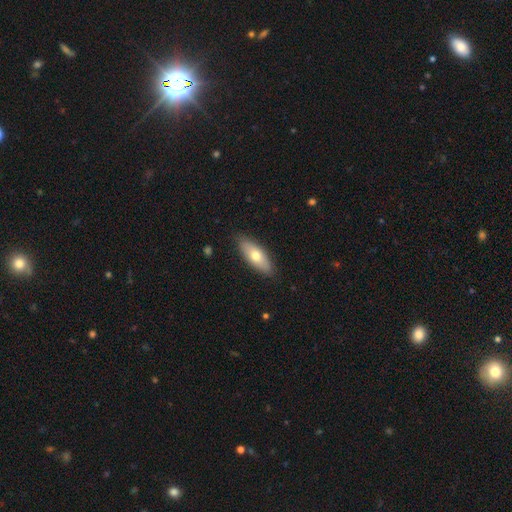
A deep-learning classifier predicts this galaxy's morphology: A smooth galaxy with no disk features (67%) that is in between round and cigar-shaped (73%).

Vote fractions:
- Smooth or featured? smooth: 67% / featured or disk: 27% / star or artifact: 6%
- How rounded? in between: 73% / cigar-shaped: 24% / round: 3%
- Merging? none: 86% / minor disturbance: 11% / major disturbance: 2% / merger: 1%